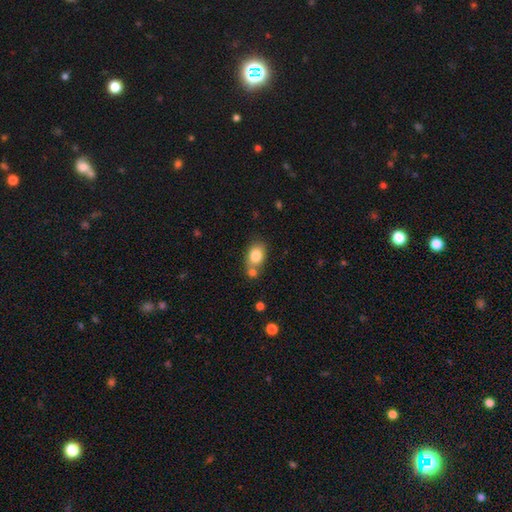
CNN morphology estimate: Smooth or featured? Predicted: smooth (p=0.81). How rounded? Predicted: in between (p=0.73). Merging? Predicted: none (p=0.55).